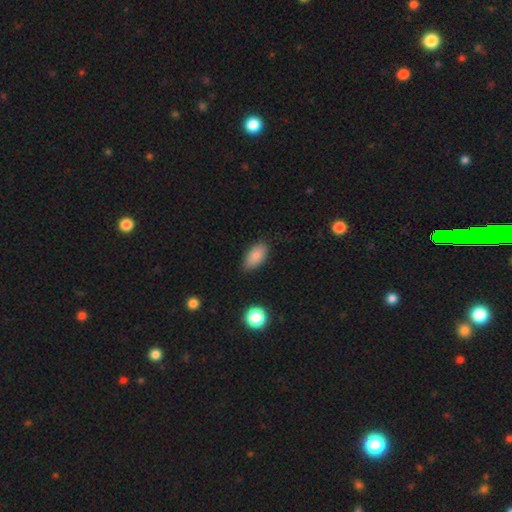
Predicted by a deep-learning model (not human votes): Smooth or featured? Predicted: smooth (p=0.86). How rounded? Predicted: in between (p=0.91). Merging? Predicted: none (p=0.78).